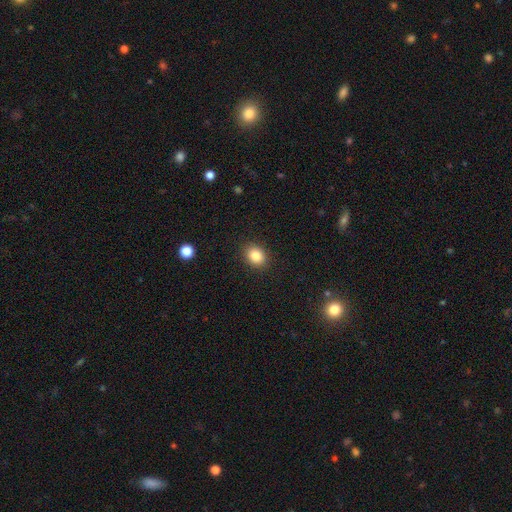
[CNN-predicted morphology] This appears to be a smooth galaxy with no disk features (85%) that is round (56%). Merging: none (89%).